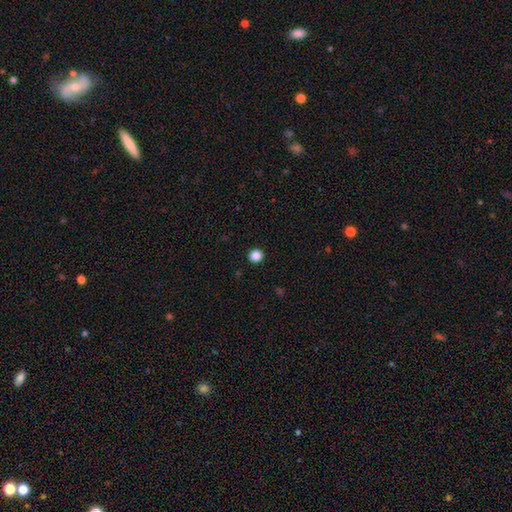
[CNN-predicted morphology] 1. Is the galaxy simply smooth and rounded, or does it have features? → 86% smooth, 11% star or artifact, 3% featured or disk.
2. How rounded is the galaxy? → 93% round, 6% in between, 1% cigar-shaped.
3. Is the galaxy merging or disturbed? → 93% none, 4% minor disturbance, 1% major disturbance, 1% merger.